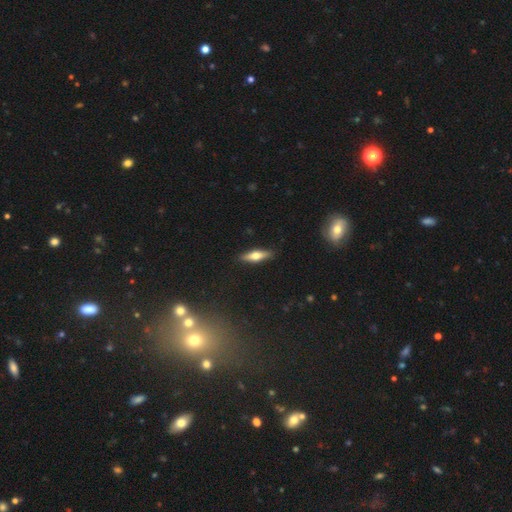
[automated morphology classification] This is possibly a smooth galaxy (49%). Merging: clearly none (89%).